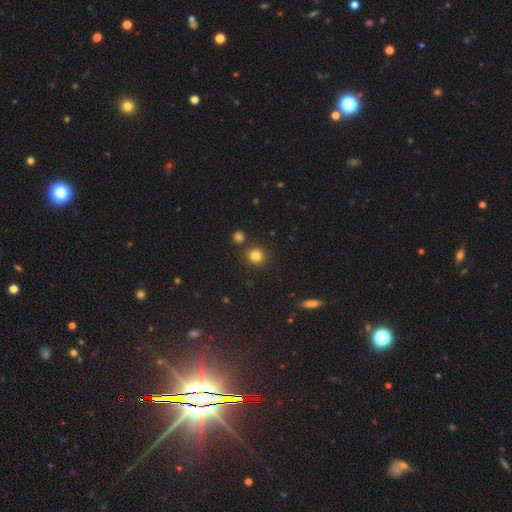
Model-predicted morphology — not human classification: The model was most divided on "smooth or featured": smooth: 82%, star or artifact: 13%, featured or disk: 5%. More confident: how rounded — round (89%); merging — none (84%).